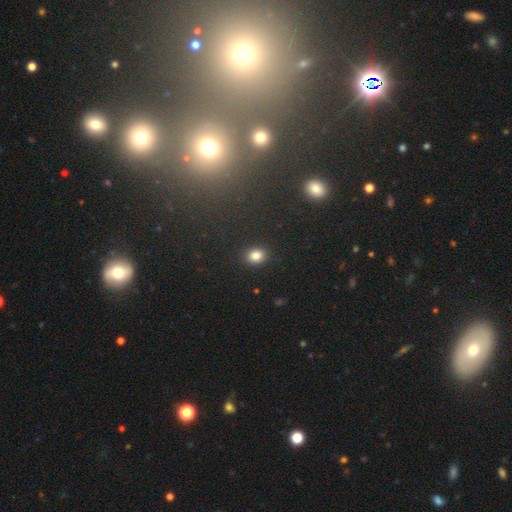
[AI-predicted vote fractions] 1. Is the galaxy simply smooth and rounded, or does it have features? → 84% smooth, 11% star or artifact, 5% featured or disk.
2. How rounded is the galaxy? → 54% in between, 44% round, 1% cigar-shaped.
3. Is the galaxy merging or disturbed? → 89% none, 7% minor disturbance, 2% major disturbance, 1% merger.